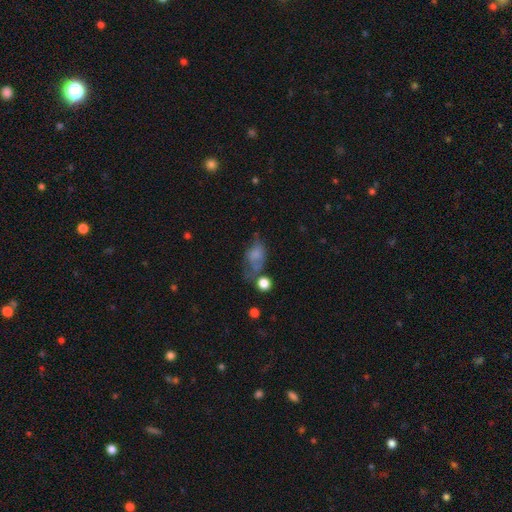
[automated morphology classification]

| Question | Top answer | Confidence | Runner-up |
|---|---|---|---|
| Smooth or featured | smooth | 65% | featured or disk (22%) |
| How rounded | in between | 79% | round (18%) |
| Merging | none | 31% | major disturbance (28%) |